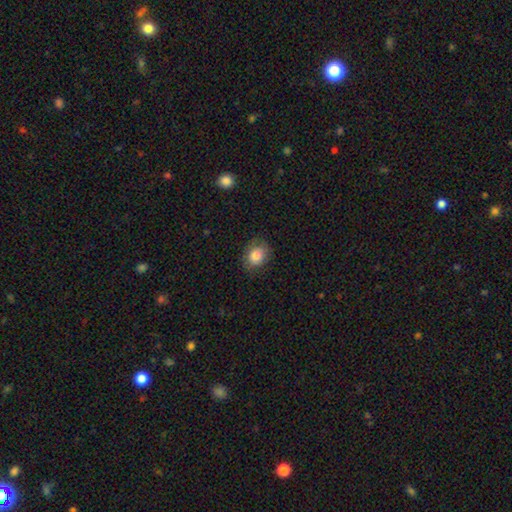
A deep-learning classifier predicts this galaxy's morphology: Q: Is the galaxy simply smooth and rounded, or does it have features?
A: smooth — 84%.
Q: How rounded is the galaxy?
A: round — 53%.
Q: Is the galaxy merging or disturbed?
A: none — 76%.